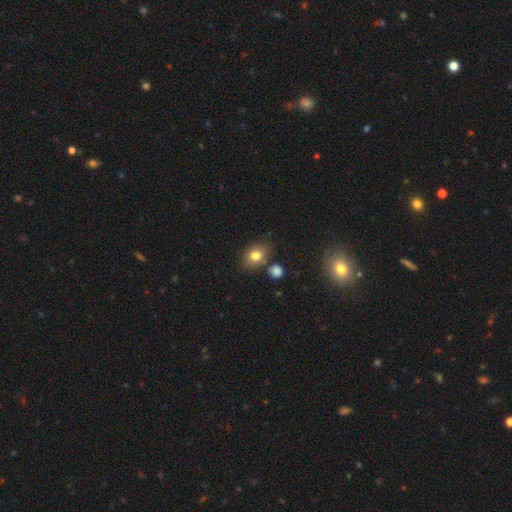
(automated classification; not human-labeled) Smooth or featured? Predicted: smooth (p=0.79). How rounded? Predicted: in between (p=0.66). Merging? Predicted: none (p=0.73).